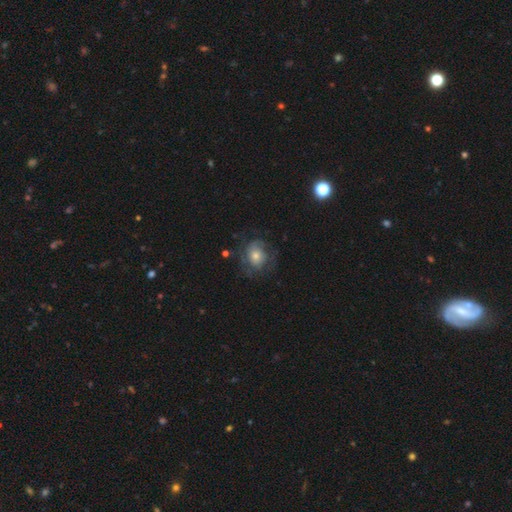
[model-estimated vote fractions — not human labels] A featured or disk galaxy (47%).

Vote fractions:
- Smooth or featured? featured or disk: 47% / smooth: 42% / star or artifact: 11%
- Merging? none: 64% / minor disturbance: 20% / major disturbance: 15% / merger: 1%